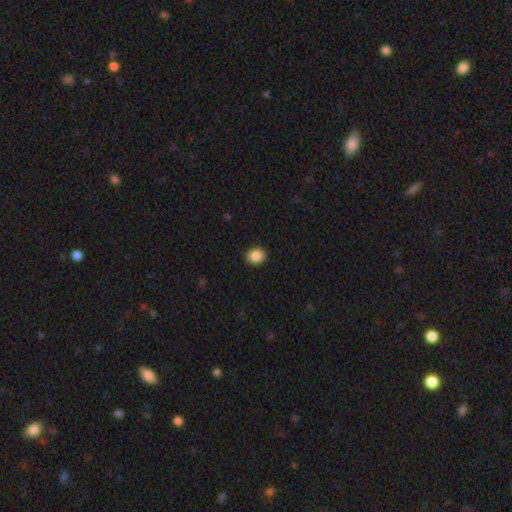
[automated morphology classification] Smooth or featured? smooth (88%)
How rounded? round (64%)
Merging? none (91%)